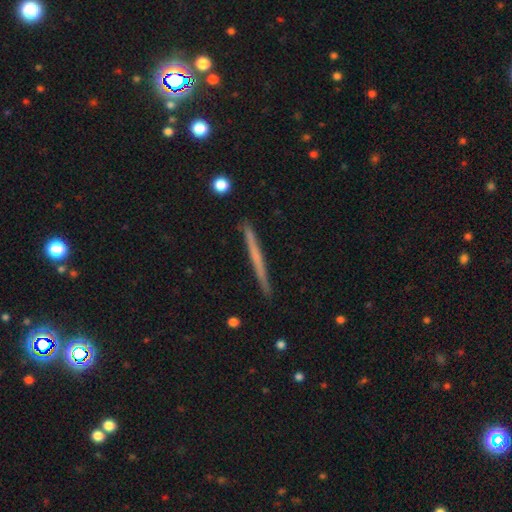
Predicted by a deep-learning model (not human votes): Q: Smooth or featured?
A: smooth (47%); tied with: featured or disk (47%)
Q: Merging?
A: none (91%); runner-up: minor disturbance (7%)